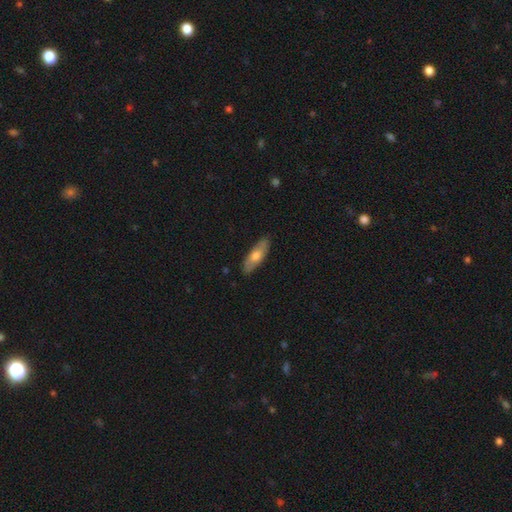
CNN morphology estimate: type=smooth (63%); roundness=in between (59%); merging=none (87%).